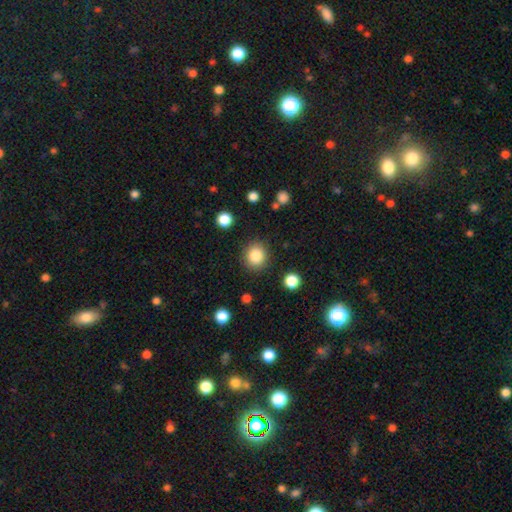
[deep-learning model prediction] Q: Smooth or featured?
A: smooth (85%); runner-up: star or artifact (10%)
Q: How rounded?
A: round (86%); runner-up: in between (13%)
Q: Merging?
A: none (87%); runner-up: minor disturbance (8%)